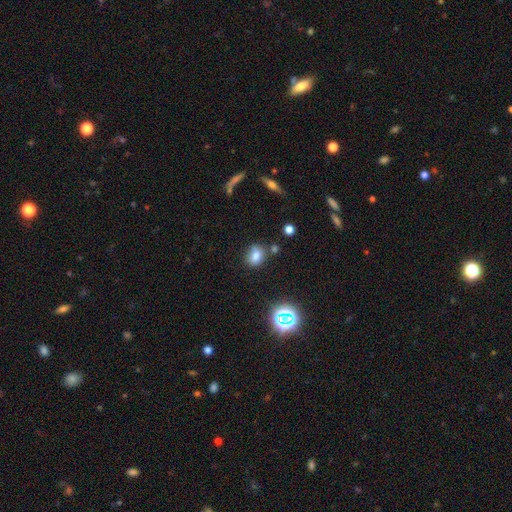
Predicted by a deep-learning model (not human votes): smooth_or_featured: smooth (p=0.75) [alt: star or artifact p=0.17]
how_rounded: in between (p=0.56) [alt: round p=0.42]
merging: none (p=0.67) [alt: minor disturbance p=0.18]